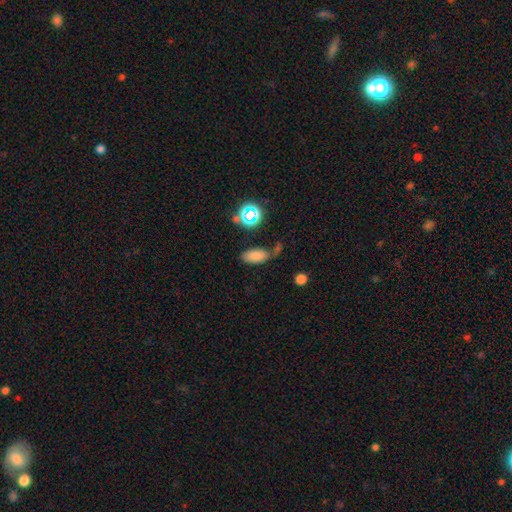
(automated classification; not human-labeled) smooth 77%, star or artifact 16%, featured or disk 7%. Down the decision tree: how rounded — in between (90%); merging — none (61%).